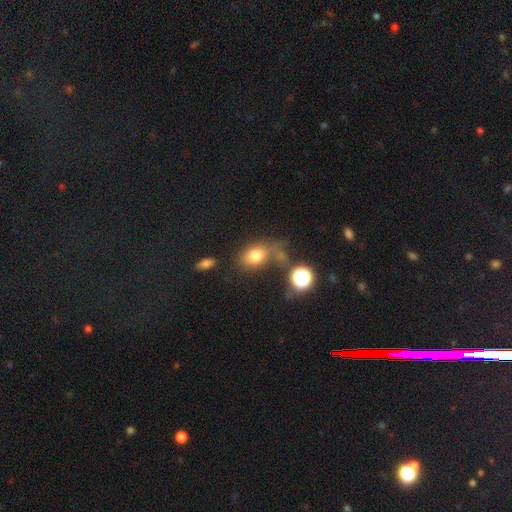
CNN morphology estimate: Smooth or featured: smooth — 75% (star or artifact — 14%)
How rounded: in between — 71% (round — 27%)
Merging: none — 52% (merger — 20%)